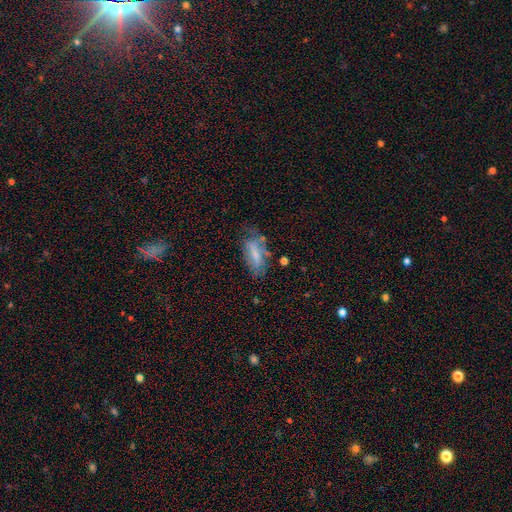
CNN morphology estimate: The model was most divided on "smooth or featured": smooth: 51%, featured or disk: 38%, star or artifact: 11%. More confident: how rounded — in between (74%); merging — none (54%).